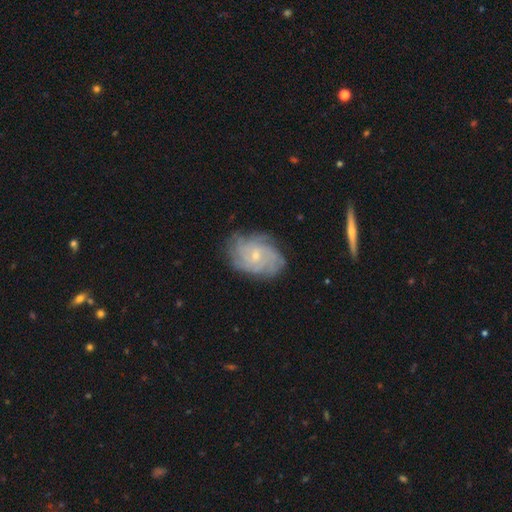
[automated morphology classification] featured or disk 80%, smooth 12%, star or artifact 7%. Down the decision tree: edge-on disk — no (96%); bar — no (70%); spiral arms — yes (95%); spiral arm count — can't tell (36%); spiral winding — tight (67%); bulge size — small (73%); merging — none (78%).